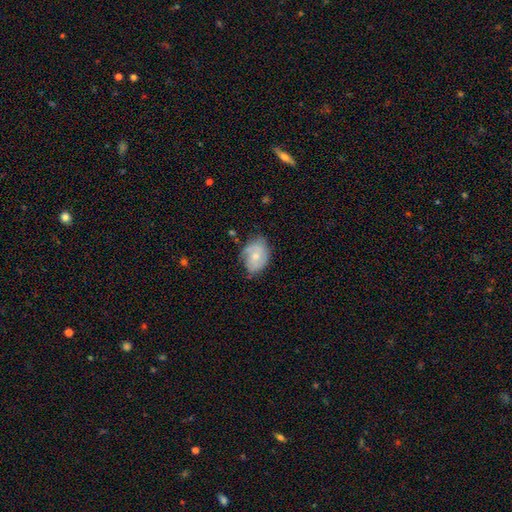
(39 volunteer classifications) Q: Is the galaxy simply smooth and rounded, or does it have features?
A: smooth — 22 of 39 (56%).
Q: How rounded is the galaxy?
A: in between — 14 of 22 (64%).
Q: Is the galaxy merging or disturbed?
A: minor disturbance — 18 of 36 (50%).